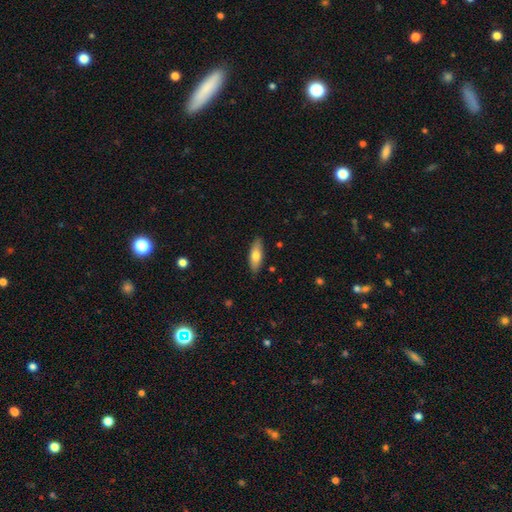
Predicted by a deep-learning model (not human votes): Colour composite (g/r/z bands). It shows a smooth galaxy with no disk features (72%) that is in between round and cigar-shaped (64%). Merging: none (87%).